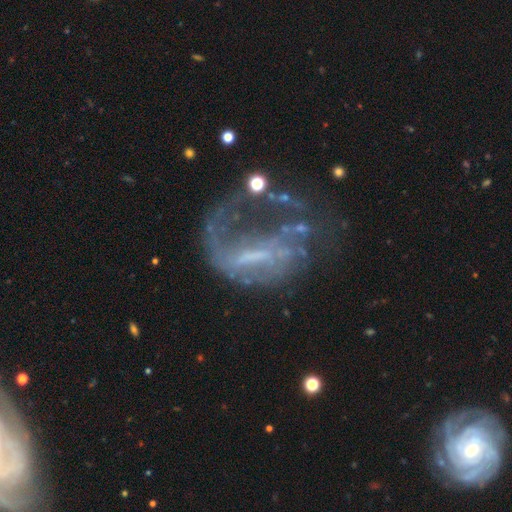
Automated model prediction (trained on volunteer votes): smooth-or-featured: featured or disk: 74% | star or artifact: 13% | smooth: 13%
  disk-edge-on: no: 97% | yes: 3%
    bar: weak: 39% | no: 36% | strong: 24%
    has-spiral-arms: yes: 59% | no: 41%
    bulge-size: none: 51% | small: 29% | moderate: 16% | large: 3% | dominant: 1%
  merging: major disturbance: 51% | none: 27% | minor disturbance: 14% | merger: 9%